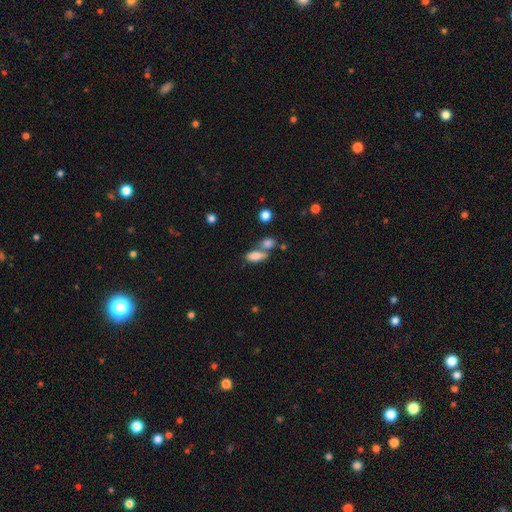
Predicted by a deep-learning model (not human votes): Overall: smooth (79%). How rounded: in between (79%). Merging: none (46%; merger 37%).